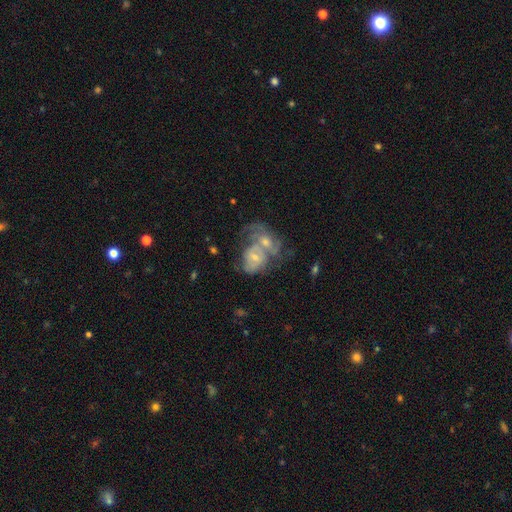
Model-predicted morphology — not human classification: This appears to be a featured or disk galaxy (68%) with no bar (63%), 2 (43%) tight (41%, tied with medium) spiral arms (80%) and a small central bulge (52%). Merging: merger (69%).